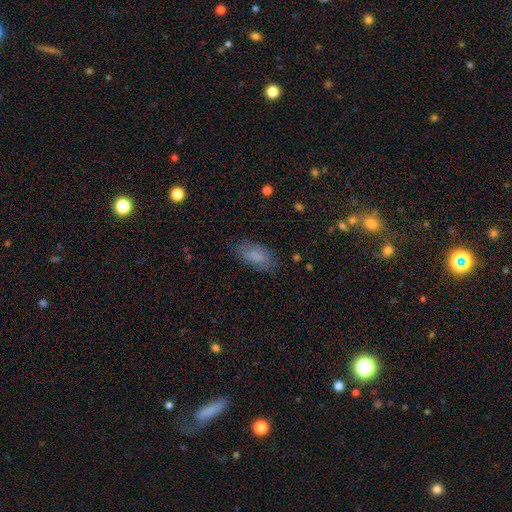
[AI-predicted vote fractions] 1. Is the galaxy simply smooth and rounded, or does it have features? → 79% smooth, 13% featured or disk, 8% star or artifact.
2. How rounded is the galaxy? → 91% in between, 6% cigar-shaped, 3% round.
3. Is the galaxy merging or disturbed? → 77% none, 17% minor disturbance, 5% major disturbance, 1% merger.